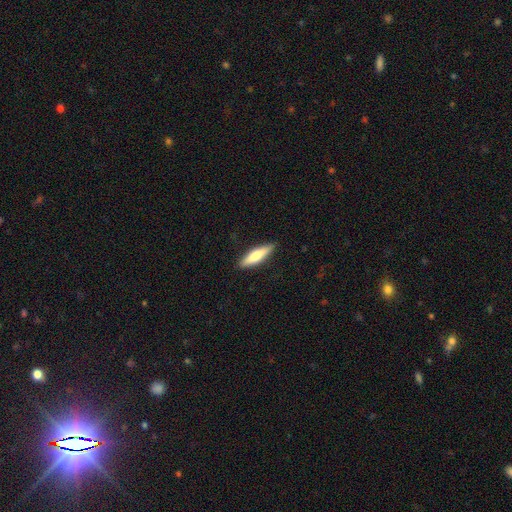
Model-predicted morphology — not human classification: A smooth galaxy with no disk features (68%) that is cigar-shaped (70%). Merging: none (89%).